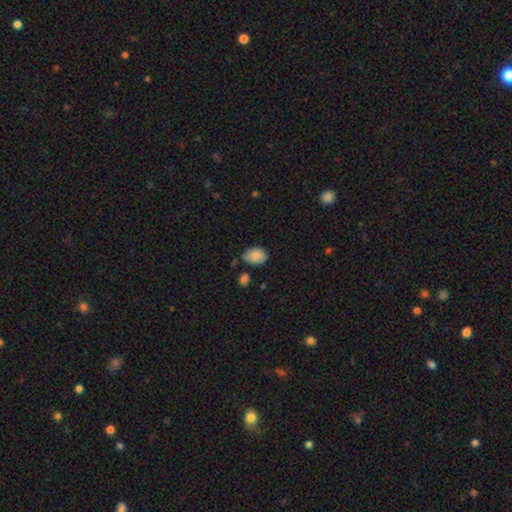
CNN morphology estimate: smooth_or_featured: smooth (p=0.83) [alt: featured or disk p=0.09]
how_rounded: in between (p=0.77) [alt: round p=0.22]
merging: none (p=0.63) [alt: minor disturbance p=0.27]